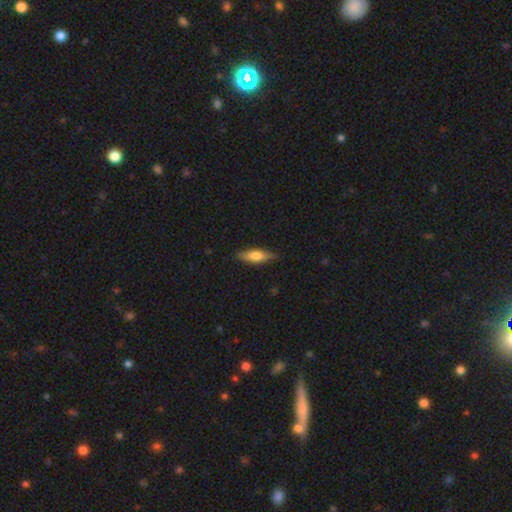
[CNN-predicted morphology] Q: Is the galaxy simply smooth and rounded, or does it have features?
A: smooth — 60%.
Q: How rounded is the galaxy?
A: cigar-shaped — 54%.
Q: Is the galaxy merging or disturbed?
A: none — 84%.